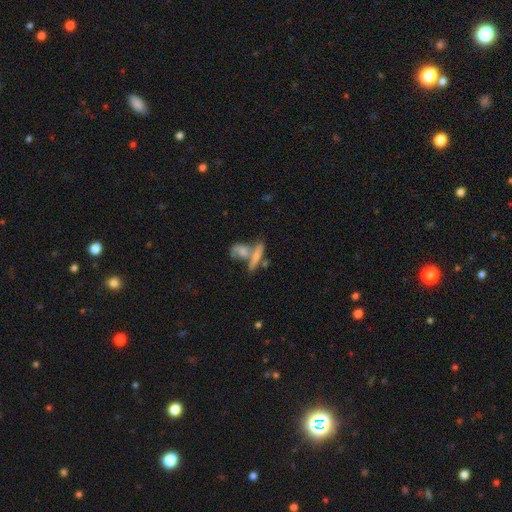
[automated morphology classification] The model was most divided on "merging": merger: 47%, none: 36%, minor disturbance: 10%, major disturbance: 7%. More confident: edge-on disk — yes (59%); smooth or featured — featured or disk (52%).